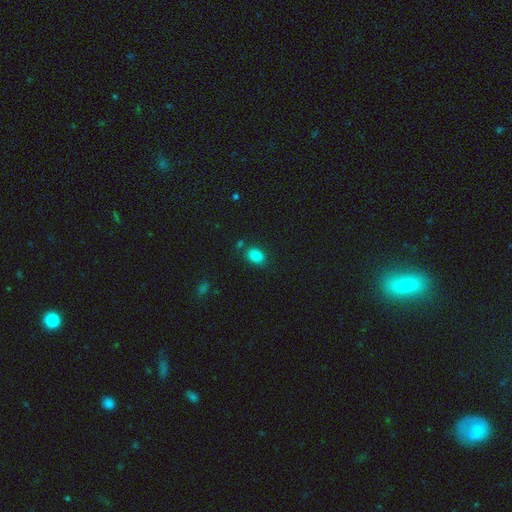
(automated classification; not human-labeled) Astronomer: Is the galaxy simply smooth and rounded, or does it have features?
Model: smooth — 84%.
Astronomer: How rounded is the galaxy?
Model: in between — 73%.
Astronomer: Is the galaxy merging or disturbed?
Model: none — 76%.